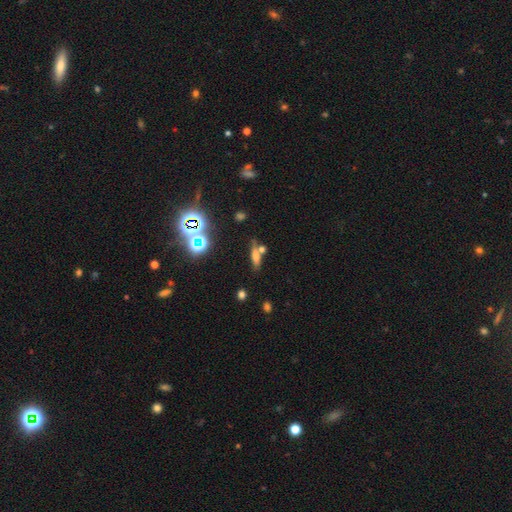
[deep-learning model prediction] Morphology: type=smooth (56%); roundness=cigar-shaped (47%); merging=none (49%).